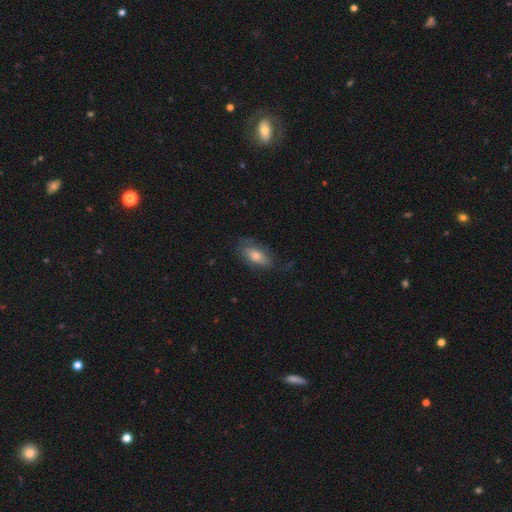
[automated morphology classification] Smooth or featured: smooth — 58% (featured or disk — 33%)
How rounded: in between — 83% (cigar-shaped — 13%)
Merging: none — 63% (minor disturbance — 25%)